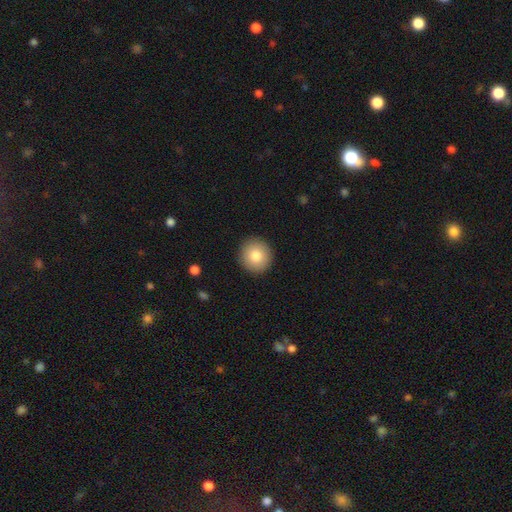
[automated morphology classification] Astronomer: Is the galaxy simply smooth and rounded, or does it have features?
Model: smooth — 82%.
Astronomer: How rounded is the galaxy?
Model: round — 93%.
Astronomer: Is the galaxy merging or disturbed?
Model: none — 92%.